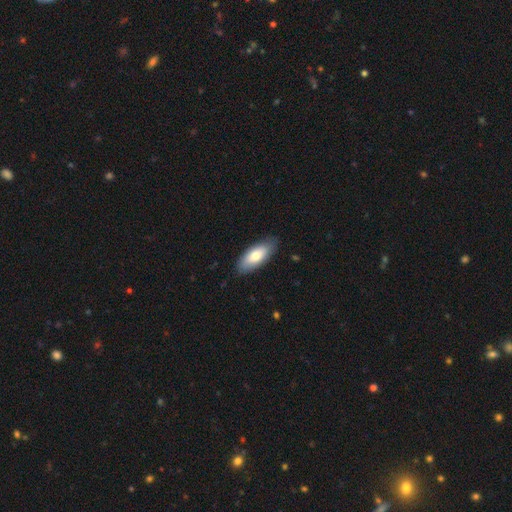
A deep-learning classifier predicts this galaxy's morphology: Q: Smooth or featured?
A: smooth (74%); runner-up: featured or disk (20%)
Q: How rounded?
A: in between (85%); runner-up: cigar-shaped (13%)
Q: Merging?
A: none (84%); runner-up: minor disturbance (12%)